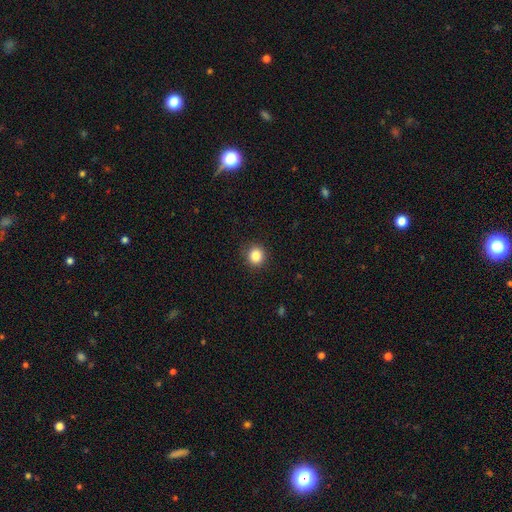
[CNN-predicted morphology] smooth-or-featured: smooth: 85% | star or artifact: 11% | featured or disk: 4%
  how-rounded: round: 91% | in between: 8% | cigar-shaped: 1%
  merging: none: 91% | minor disturbance: 6% | major disturbance: 2% | merger: 1%